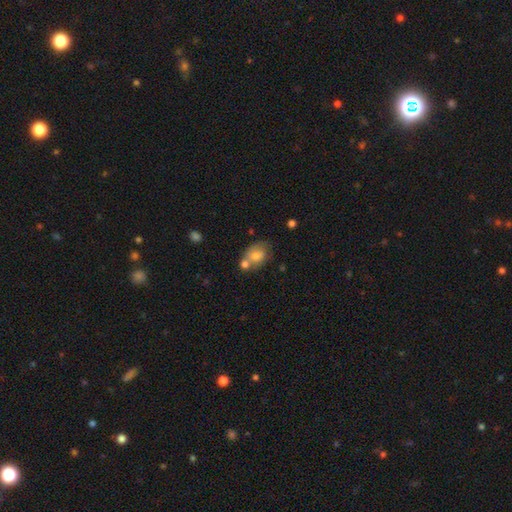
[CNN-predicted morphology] Smooth or featured?
  - smooth: 69% *
  - featured or disk: 22%
  - star or artifact: 9%
How rounded?
  - in between: 69% *
  - round: 30%
  - cigar-shaped: 1%
Merging?
  - none: 45% *
  - merger: 30%
  - minor disturbance: 19%
  - major disturbance: 6%